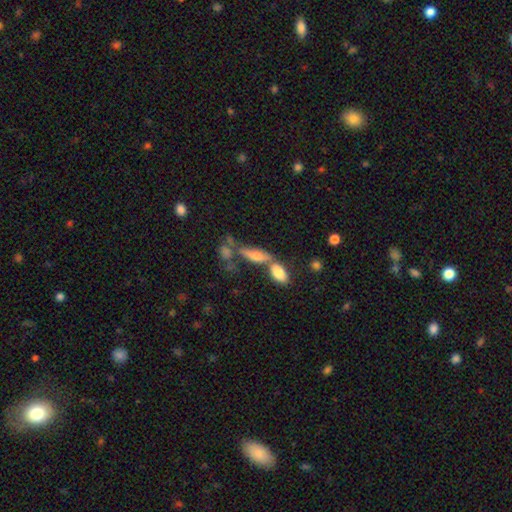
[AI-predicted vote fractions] Smooth or featured? smooth (65%)
How rounded? in between (53%)
Merging? none (41%)